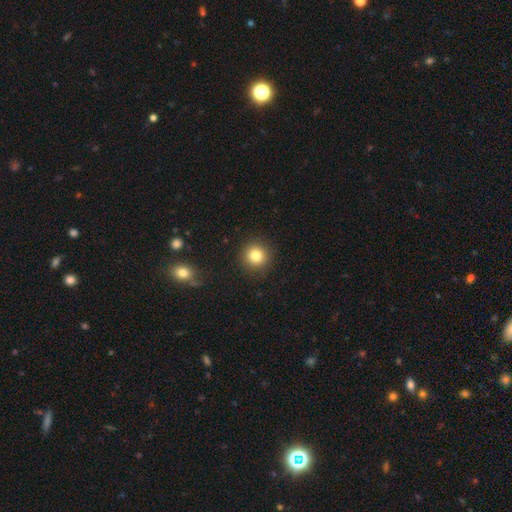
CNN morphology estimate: Smooth or featured? Predicted: smooth (p=0.81). How rounded? Predicted: round (p=0.94). Merging? Predicted: none (p=0.91).